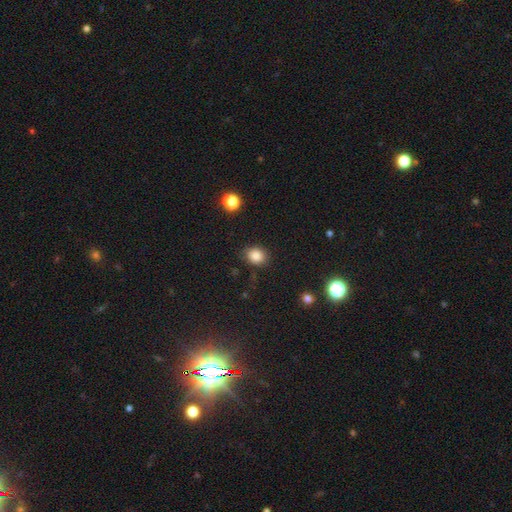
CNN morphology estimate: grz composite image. It shows a smooth galaxy with no disk features (85%) that is round (62%). Merging: none (81%).